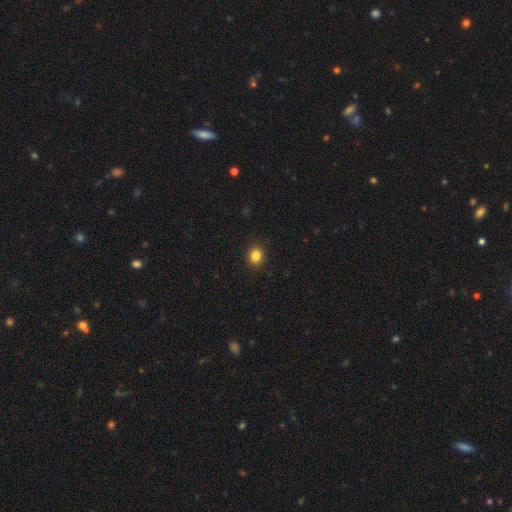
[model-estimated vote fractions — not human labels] This appears to be a smooth galaxy with no disk features (84%) that is round (72%). Merging: none (90%).